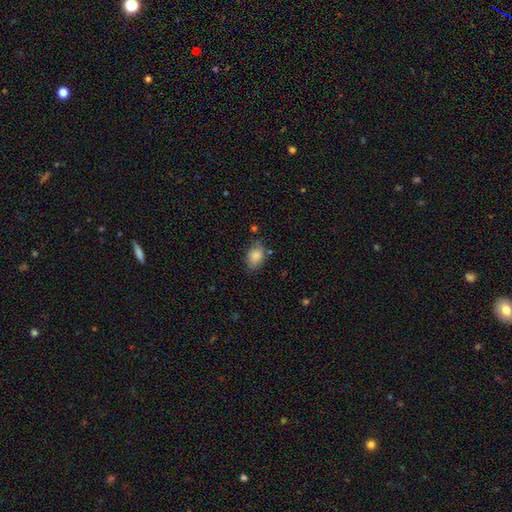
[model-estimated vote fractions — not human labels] A smooth galaxy with no disk features (82%) that is in between round and cigar-shaped (84%).

Vote fractions:
- Smooth or featured? smooth: 82% / featured or disk: 10% / star or artifact: 8%
- How rounded? in between: 84% / round: 15% / cigar-shaped: 2%
- Merging? none: 71% / minor disturbance: 21% / major disturbance: 5% / merger: 3%